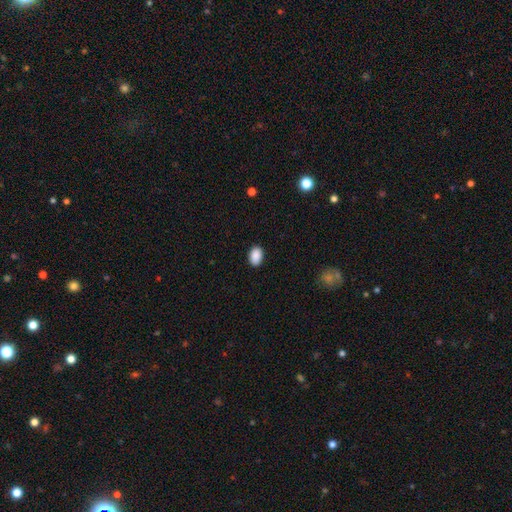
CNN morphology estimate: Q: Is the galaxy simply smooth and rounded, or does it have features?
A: smooth — 89%.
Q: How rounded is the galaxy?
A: in between — 82%.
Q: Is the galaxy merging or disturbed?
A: none — 88%.